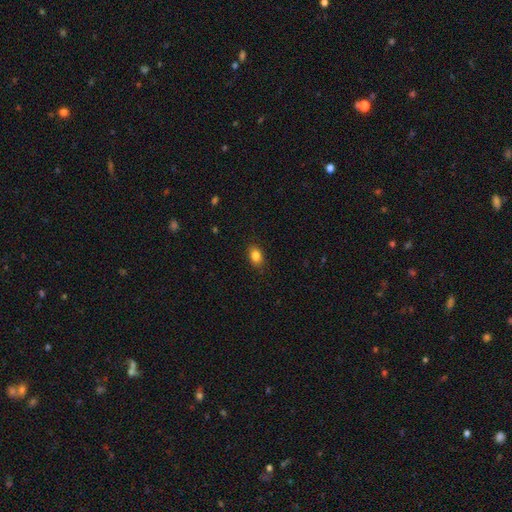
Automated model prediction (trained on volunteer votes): Morphology: type=smooth (85%); roundness=in between (81%); merging=none (87%).